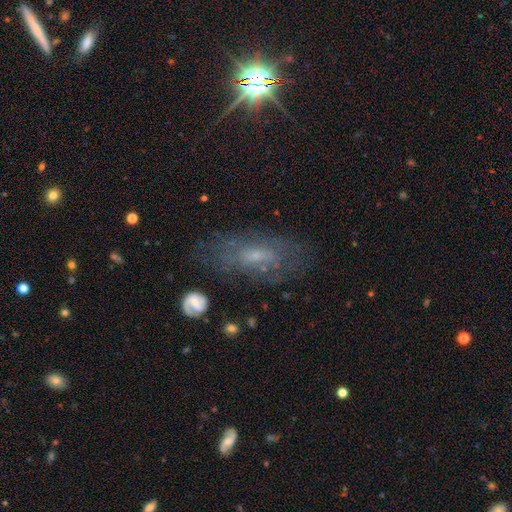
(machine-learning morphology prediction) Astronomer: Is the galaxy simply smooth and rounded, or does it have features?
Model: featured or disk — 58%.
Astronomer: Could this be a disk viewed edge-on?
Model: no — 80%.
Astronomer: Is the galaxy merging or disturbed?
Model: none — 73%.